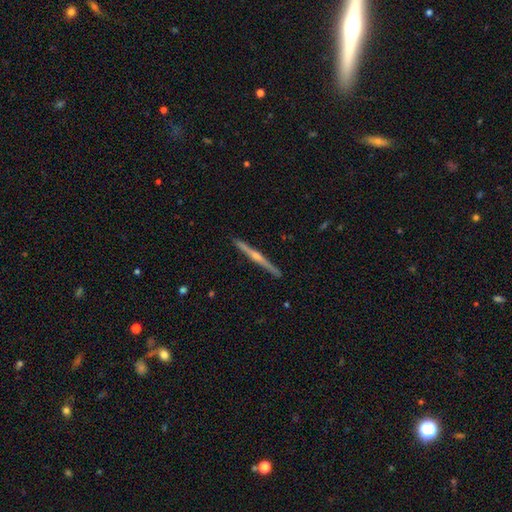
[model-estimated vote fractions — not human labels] Morphology: type=featured or disk (68%); edge-on=yes (95%); edge-on bulge=rounded (75%); merging=none (87%).